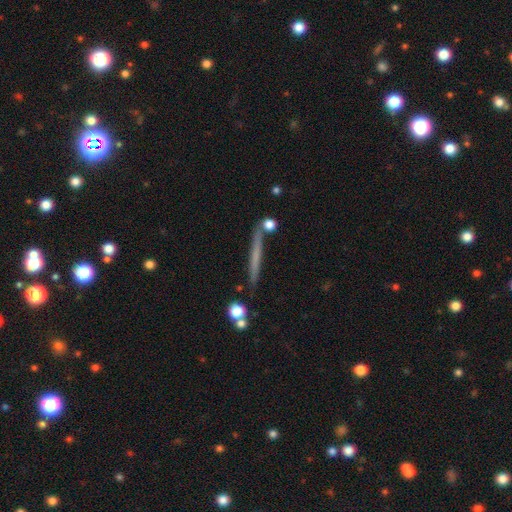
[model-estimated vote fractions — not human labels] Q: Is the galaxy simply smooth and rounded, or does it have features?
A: featured or disk — 46%.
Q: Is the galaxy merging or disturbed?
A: none — 83%.